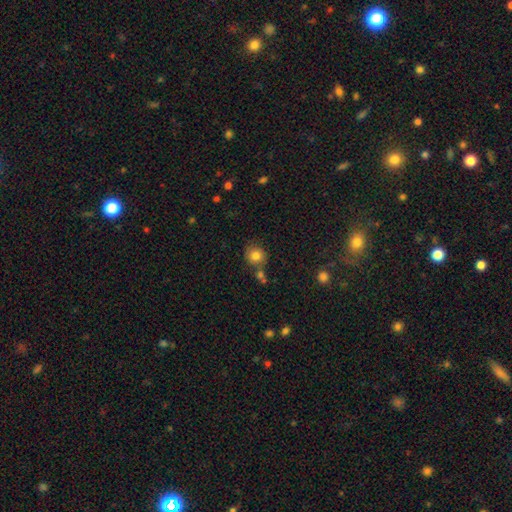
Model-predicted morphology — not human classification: A smooth galaxy with no disk features (81%) that is round (85%). Merging: none (68%).